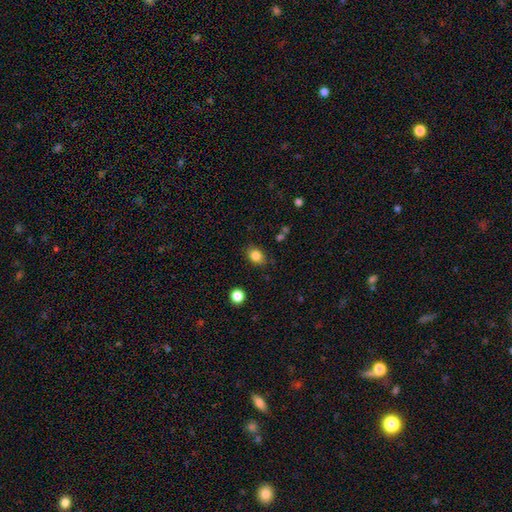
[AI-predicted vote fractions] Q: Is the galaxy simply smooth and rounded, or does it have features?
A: smooth — 84%.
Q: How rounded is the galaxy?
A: in between — 62%.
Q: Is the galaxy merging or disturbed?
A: none — 81%.